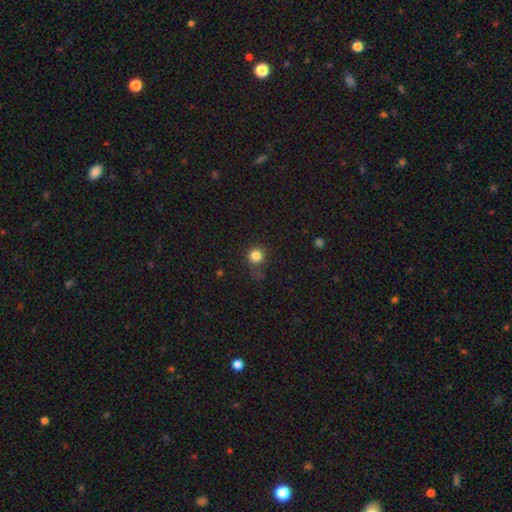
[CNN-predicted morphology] Overall: smooth (83%). How rounded: round (92%). Merging: none (70%).